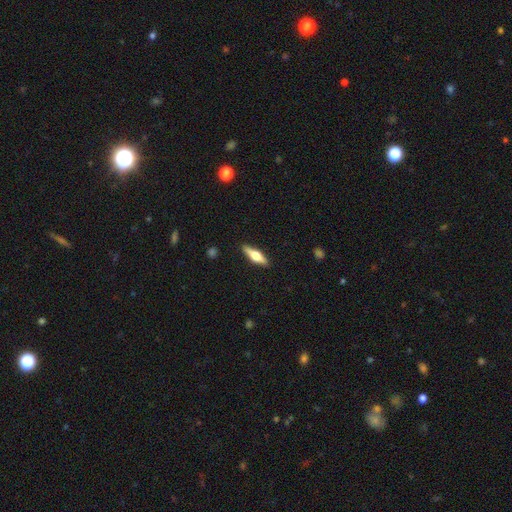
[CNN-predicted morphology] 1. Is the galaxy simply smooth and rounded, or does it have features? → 48% smooth, 47% featured or disk, 6% star or artifact.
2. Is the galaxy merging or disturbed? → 88% none, 9% minor disturbance, 2% major disturbance, 1% merger.